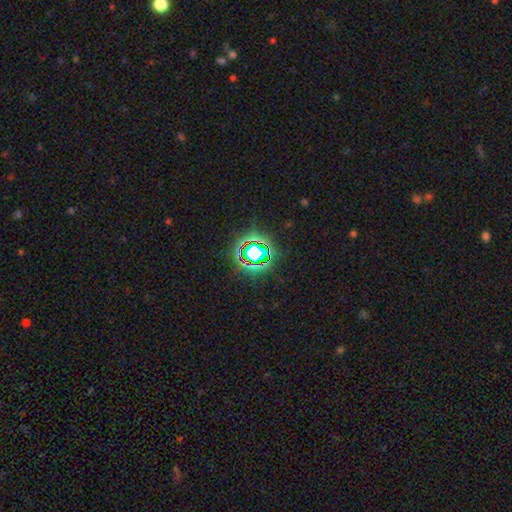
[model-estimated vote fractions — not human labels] smooth-or-featured: star or artifact: 77% | smooth: 14% | featured or disk: 9%